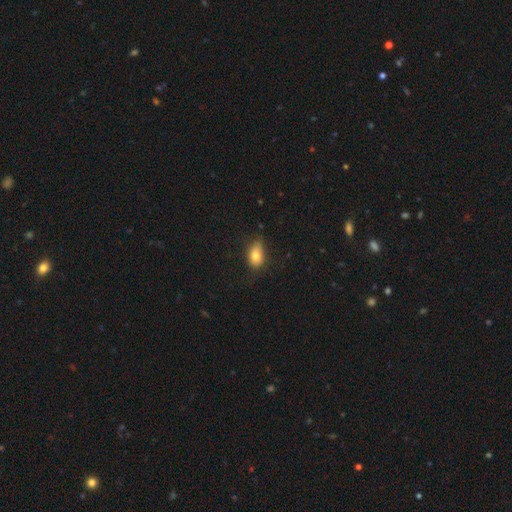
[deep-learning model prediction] The model was most divided on "merging": none: 61%, minor disturbance: 30%, major disturbance: 7%, merger: 2%. More confident: how rounded — in between (84%); smooth or featured — smooth (79%).